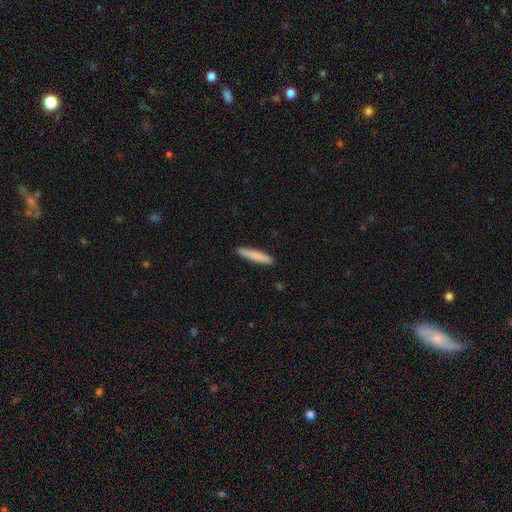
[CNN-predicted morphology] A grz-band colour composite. It shows a smooth galaxy with no disk features (82%) that is cigar-shaped (94%). Merging: none (91%).